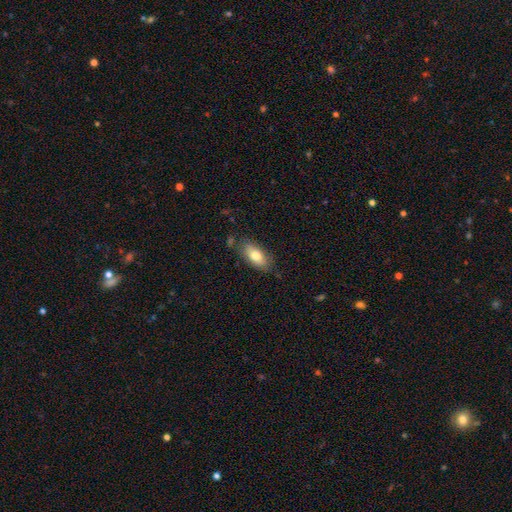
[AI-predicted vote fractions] This is likely a smooth galaxy (75%). How rounded: clearly in between (88%). Merging: likely none (77%).